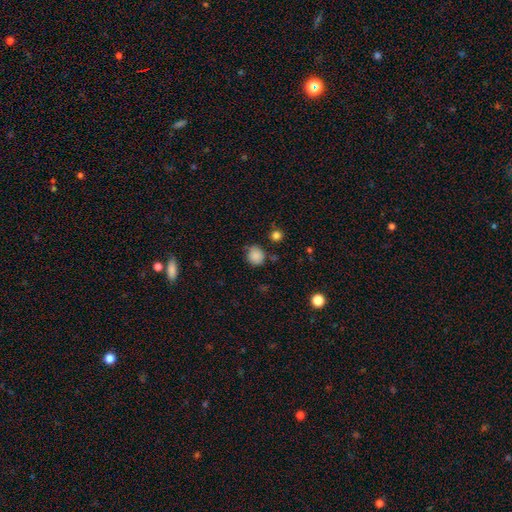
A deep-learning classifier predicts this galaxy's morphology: smooth-or-featured: smooth: 85% | star or artifact: 11% | featured or disk: 4%
  how-rounded: round: 83% | in between: 16% | cigar-shaped: 1%
  merging: none: 73% | minor disturbance: 17% | merger: 6% | major disturbance: 4%